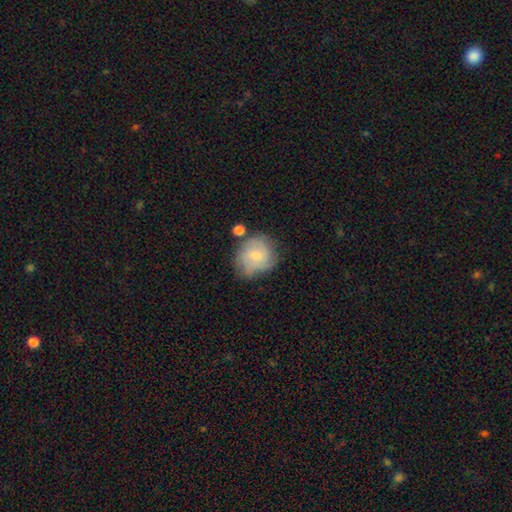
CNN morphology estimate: smooth 51%, featured or disk 41%, star or artifact 8%. Down the decision tree: how rounded — round (76%); merging — none (58%).